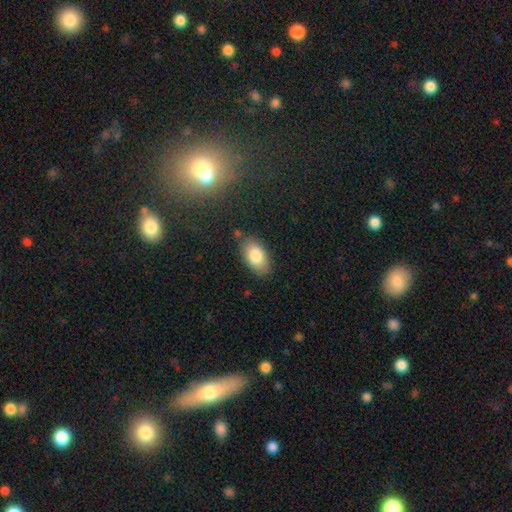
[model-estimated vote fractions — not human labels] A smooth galaxy with no disk features (83%) that is in between round and cigar-shaped (93%).

Vote fractions:
- Smooth or featured? smooth: 83% / featured or disk: 10% / star or artifact: 7%
- How rounded? in between: 93% / round: 5% / cigar-shaped: 2%
- Merging? none: 82% / minor disturbance: 13% / major disturbance: 3% / merger: 2%